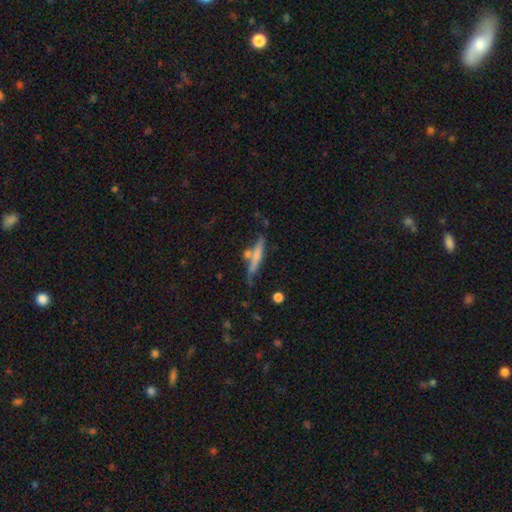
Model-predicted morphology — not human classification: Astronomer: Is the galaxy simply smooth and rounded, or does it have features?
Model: smooth — 53% (runner-up: featured or disk, 40%).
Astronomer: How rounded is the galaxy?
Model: cigar-shaped — 90%.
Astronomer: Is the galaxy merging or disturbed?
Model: none — 59%.